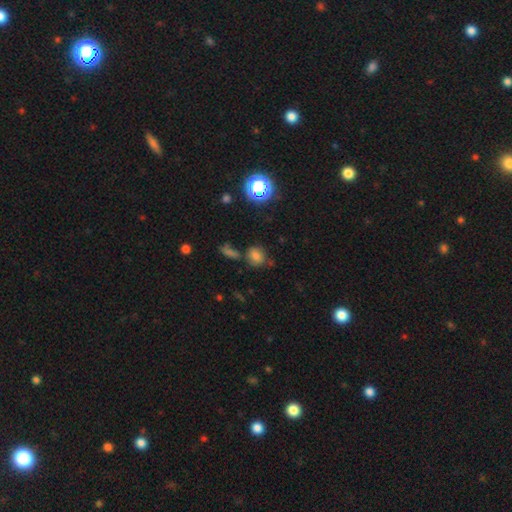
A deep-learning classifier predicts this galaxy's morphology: smooth 71%, star or artifact 20%, featured or disk 8%. Down the decision tree: how rounded — round (64%); merging — none (67%).